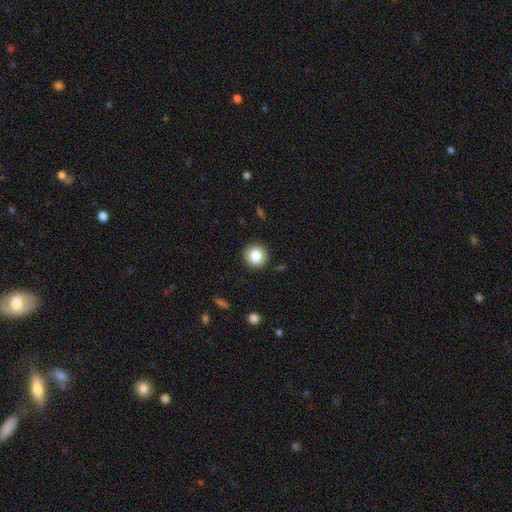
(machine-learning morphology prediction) Overall: smooth (83%). How rounded: round (94%). Merging: none (91%).